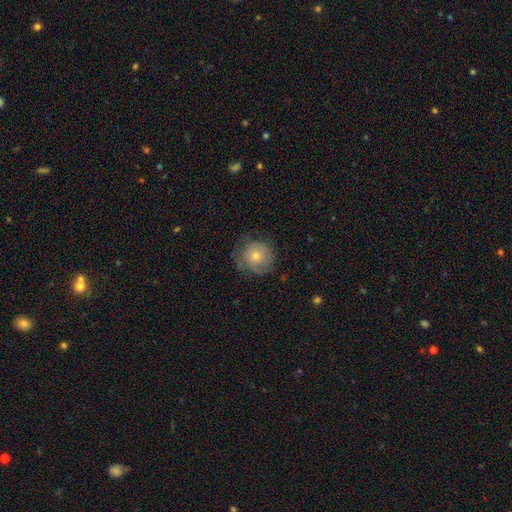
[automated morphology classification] Smooth or featured? smooth (52%)
How rounded? round (91%)
Merging? none (70%)